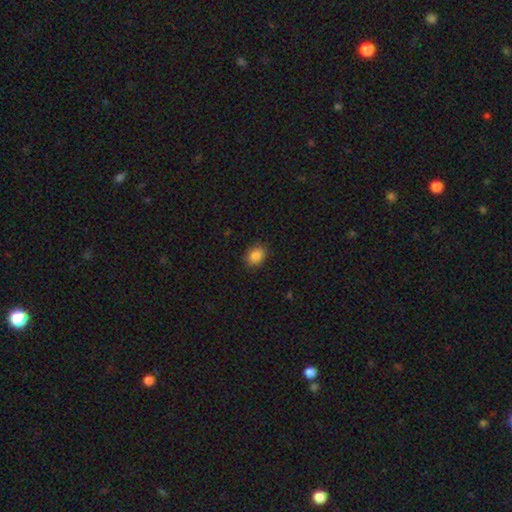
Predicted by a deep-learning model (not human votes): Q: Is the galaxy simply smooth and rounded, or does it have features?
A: smooth — 86%.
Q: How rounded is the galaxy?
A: in between — 60%.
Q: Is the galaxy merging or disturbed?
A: none — 88%.